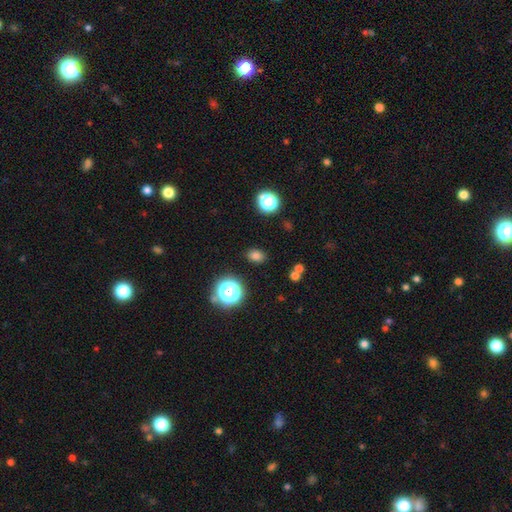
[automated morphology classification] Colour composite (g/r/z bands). It shows a smooth galaxy with no disk features (77%) that is in between round and cigar-shaped (65%). Merging: none (86%).